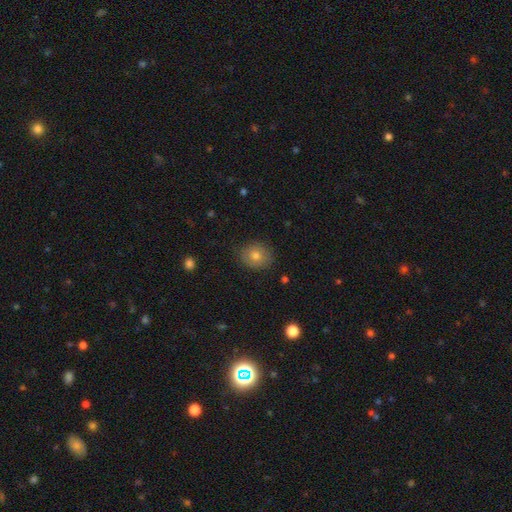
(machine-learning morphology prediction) smooth-or-featured: smooth: 72% | featured or disk: 16% | star or artifact: 12%
  how-rounded: round: 75% | in between: 24% | cigar-shaped: 1%
  merging: none: 85% | minor disturbance: 12% | major disturbance: 3% | merger: 1%